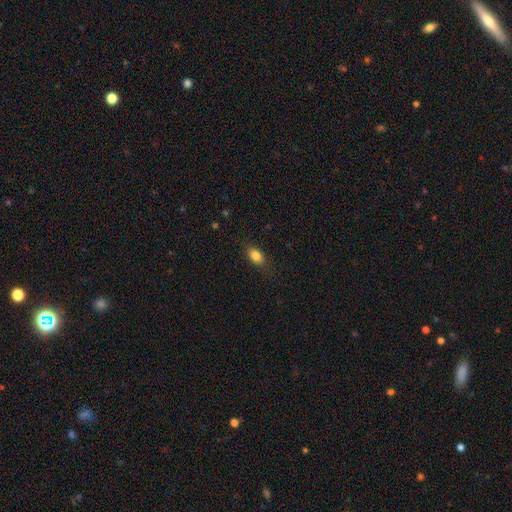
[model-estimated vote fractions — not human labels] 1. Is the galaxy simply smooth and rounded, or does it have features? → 83% smooth, 9% star or artifact, 8% featured or disk.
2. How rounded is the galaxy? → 80% in between, 14% round, 5% cigar-shaped.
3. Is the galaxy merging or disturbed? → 82% none, 14% minor disturbance, 4% major disturbance, 1% merger.